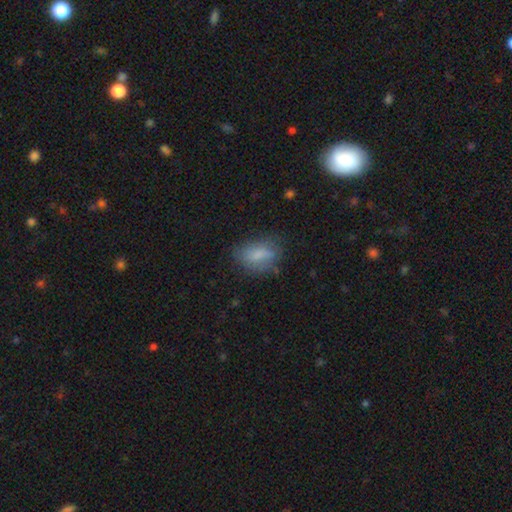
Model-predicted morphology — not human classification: type=smooth (74%); roundness=in between (81%); merging=none (63%).